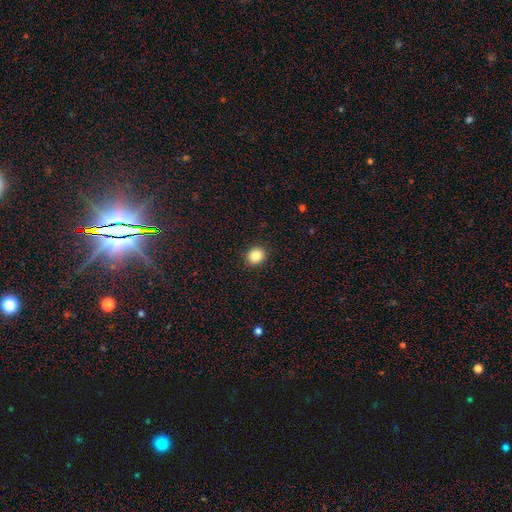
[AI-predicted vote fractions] Smooth or featured: smooth — 86% (star or artifact — 10%)
How rounded: round — 79% (in between — 20%)
Merging: none — 91% (minor disturbance — 6%)